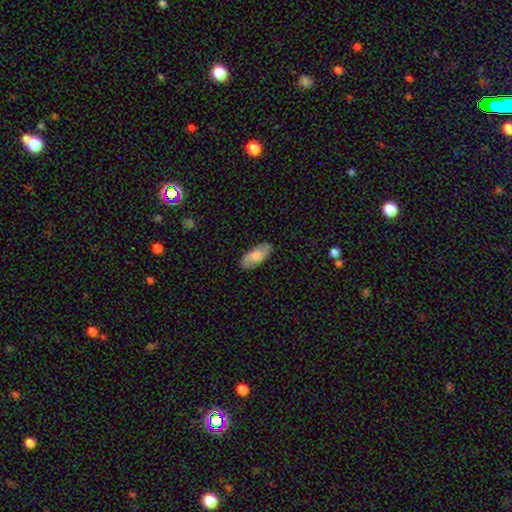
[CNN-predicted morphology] Smooth or featured: smooth — 72% (featured or disk — 22%)
How rounded: in between — 88% (cigar-shaped — 10%)
Merging: none — 86% (minor disturbance — 11%)